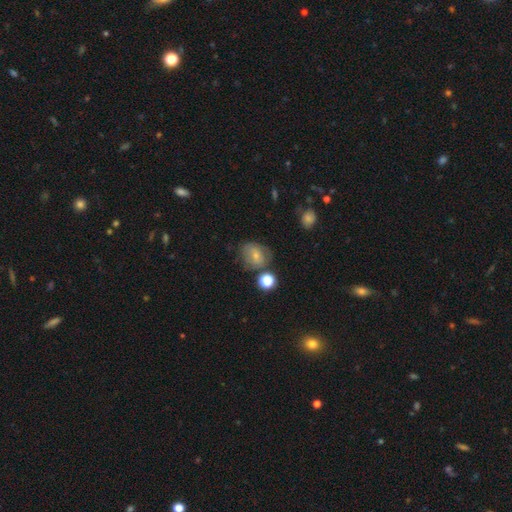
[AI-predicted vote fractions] Smooth or featured? Predicted: smooth (p=0.55). How rounded? Predicted: round (p=0.58). Merging? Predicted: none (p=0.58).